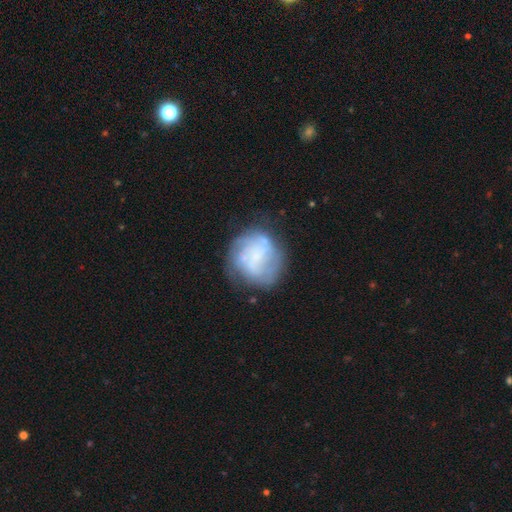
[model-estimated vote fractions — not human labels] smooth_or_featured: featured or disk (p=0.60) [alt: smooth p=0.32]
disk_edge_on: no (p=0.98) [alt: yes p=0.02]
bar: no (p=0.69) [alt: weak p=0.25]
has_spiral_arms: yes (p=0.63) [alt: no p=0.37]
bulge_size: none (p=0.50) [alt: small p=0.29]
merging: none (p=0.60) [alt: minor disturbance p=0.21]